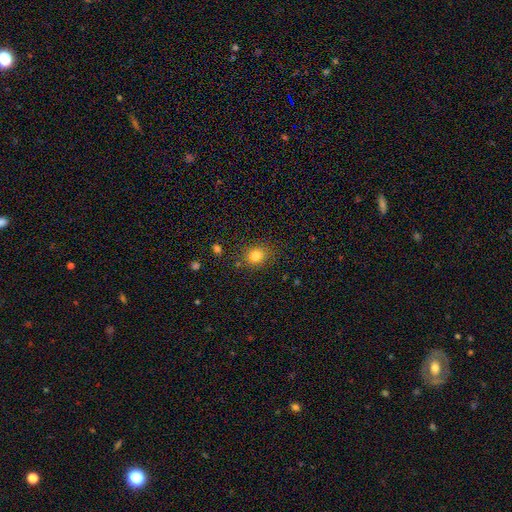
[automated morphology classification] A smooth galaxy with no disk features (81%) that is round (68%). Merging: none (82%).